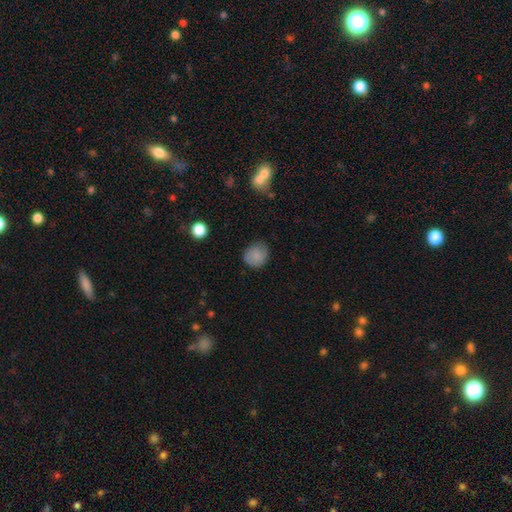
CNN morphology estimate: type=smooth (84%); roundness=round (80%); merging=none (75%).